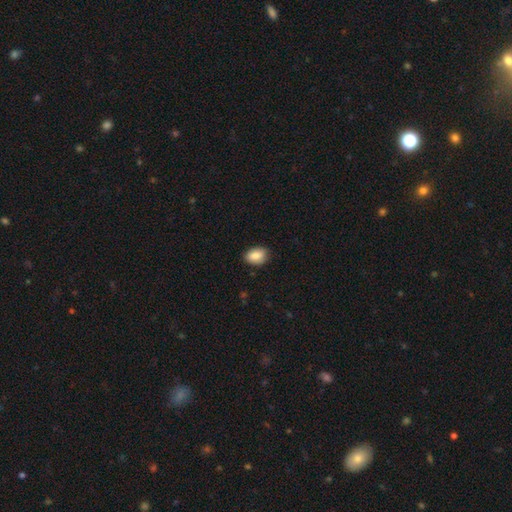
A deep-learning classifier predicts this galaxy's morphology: This is clearly a smooth galaxy (86%). How rounded: clearly in between (83%). Merging: likely none (79%).